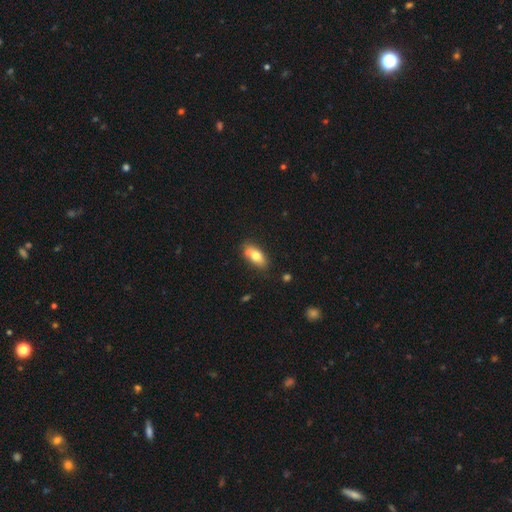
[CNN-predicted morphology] smooth-or-featured: smooth: 74% | featured or disk: 19% | star or artifact: 7%
  how-rounded: in between: 85% | cigar-shaped: 11% | round: 4%
  merging: none: 76% | minor disturbance: 17% | major disturbance: 3% | merger: 3%